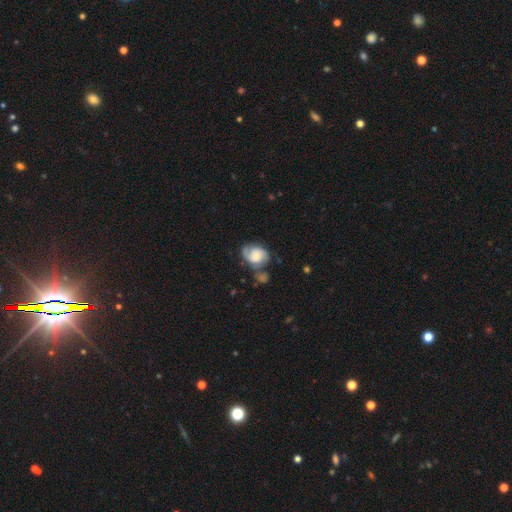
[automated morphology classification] A featured or disk galaxy (66%) with no bar (63%), 2 (74%) medium (44%) spiral arms (91%) and a moderate central bulge (36%).

Vote fractions:
- Smooth or featured? featured or disk: 66% / smooth: 27% / star or artifact: 7%
- Edge-on disk? no: 97% / yes: 3%
- Bar? no: 63% / weak: 31% / strong: 6%
- Spiral arms? yes: 91% / no: 9%
- Spiral winding? medium: 44% / tight: 38% / loose: 18%
- Spiral arm count? 2: 74% / can't tell: 11% / 1: 9% / 3: 4% / 4: 1% / more than 4: 1%
- Bulge size? moderate: 36% / small: 35% / large: 14% / none: 12% / dominant: 3%
- Merging? none: 48% / minor disturbance: 23% / merger: 16% / major disturbance: 12%